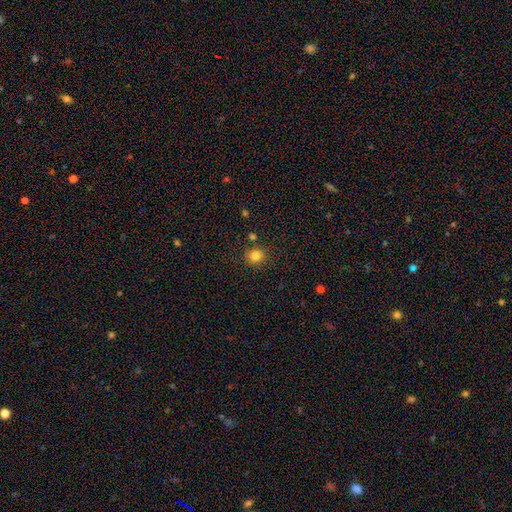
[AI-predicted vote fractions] smooth 82%, star or artifact 12%, featured or disk 5%. Down the decision tree: how rounded — round (85%); merging — none (83%).